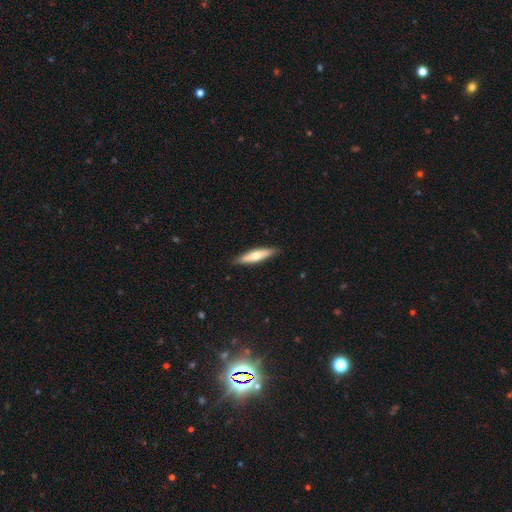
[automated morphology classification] This is possibly a smooth galaxy (57%). How rounded: likely cigar-shaped (77%). Merging: clearly none (88%).